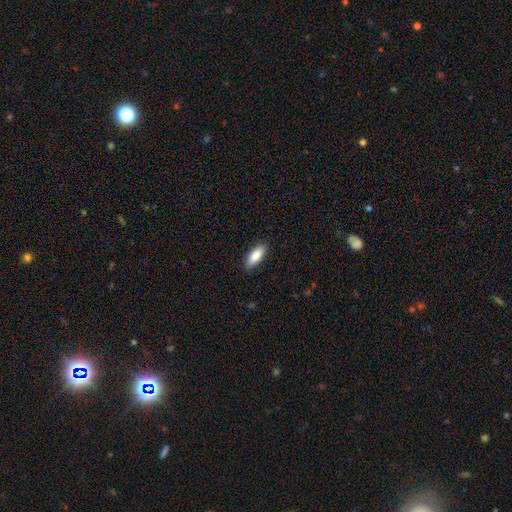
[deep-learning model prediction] smooth-or-featured: smooth: 87% | featured or disk: 7% | star or artifact: 6%
  how-rounded: in between: 78% | cigar-shaped: 20% | round: 2%
  merging: none: 87% | minor disturbance: 10% | major disturbance: 2% | merger: 1%